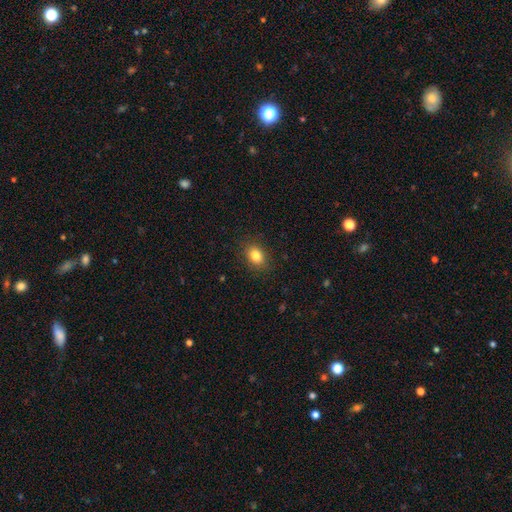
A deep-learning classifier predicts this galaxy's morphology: type=smooth (84%); roundness=in between (64%); merging=none (88%).